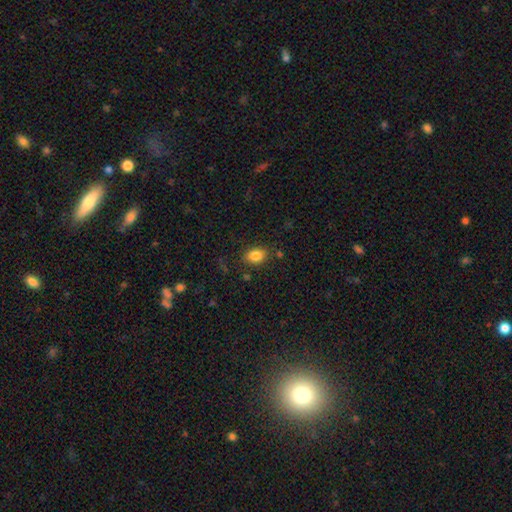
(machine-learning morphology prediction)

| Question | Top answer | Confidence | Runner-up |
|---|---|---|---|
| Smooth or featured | smooth | 84% | star or artifact (10%) |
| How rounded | in between | 72% | round (27%) |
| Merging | none | 83% | minor disturbance (11%) |